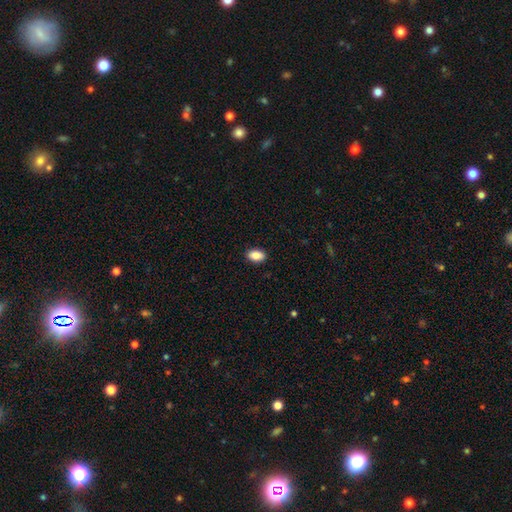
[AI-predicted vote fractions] Smooth or featured: smooth — 87% (star or artifact — 7%)
How rounded: in between — 90% (round — 8%)
Merging: none — 90% (minor disturbance — 7%)